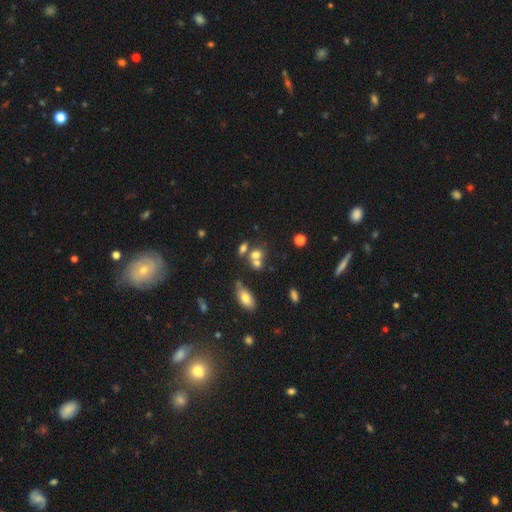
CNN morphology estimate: Overall: smooth (68%). How rounded: in between (50%; round 47%). Merging: merger (49%; none 35%).